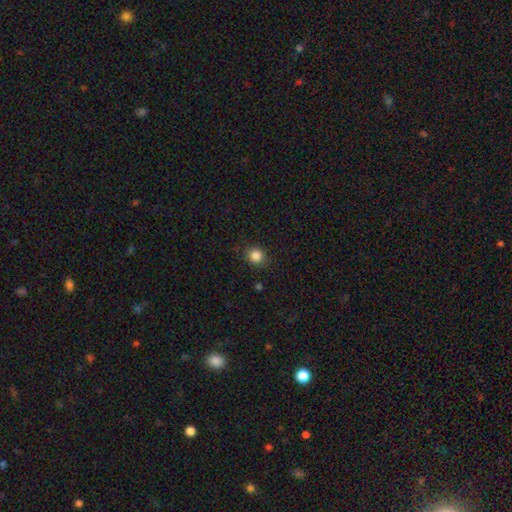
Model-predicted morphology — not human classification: A smooth galaxy with no disk features (84%) that is round (83%).

Vote fractions:
- Smooth or featured? smooth: 84% / star or artifact: 12% / featured or disk: 4%
- How rounded? round: 83% / in between: 16% / cigar-shaped: 1%
- Merging? none: 86% / minor disturbance: 10% / major disturbance: 3% / merger: 1%